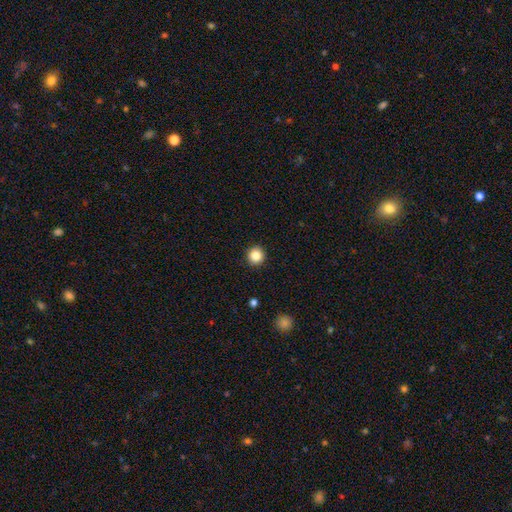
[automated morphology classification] This appears to be a smooth galaxy with no disk features (84%) that is round (94%). Merging: none (93%).